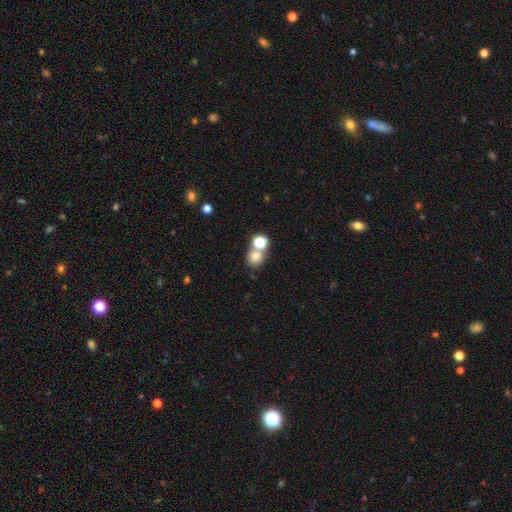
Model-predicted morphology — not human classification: Smooth or featured: smooth — 75% (star or artifact — 15%)
How rounded: round — 76% (in between — 23%)
Merging: none — 48% (merger — 41%)